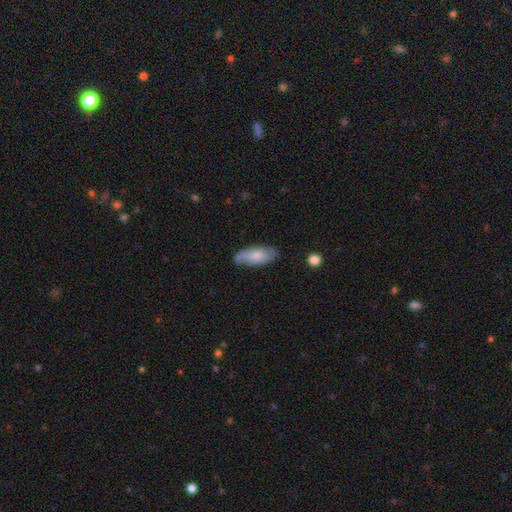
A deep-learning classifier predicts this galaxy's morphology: Q: Smooth or featured?
A: smooth (63%); runner-up: featured or disk (31%)
Q: How rounded?
A: in between (83%); runner-up: cigar-shaped (15%)
Q: Merging?
A: none (69%); runner-up: minor disturbance (23%)